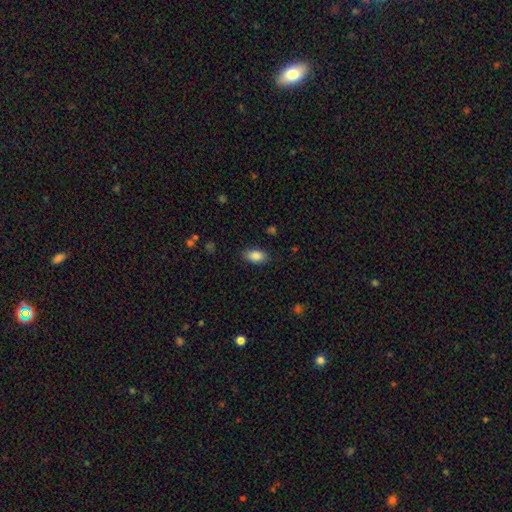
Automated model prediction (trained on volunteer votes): smooth-or-featured: smooth: 87% | star or artifact: 7% | featured or disk: 5%
  how-rounded: in between: 92% | round: 5% | cigar-shaped: 3%
  merging: none: 85% | minor disturbance: 11% | major disturbance: 3% | merger: 1%